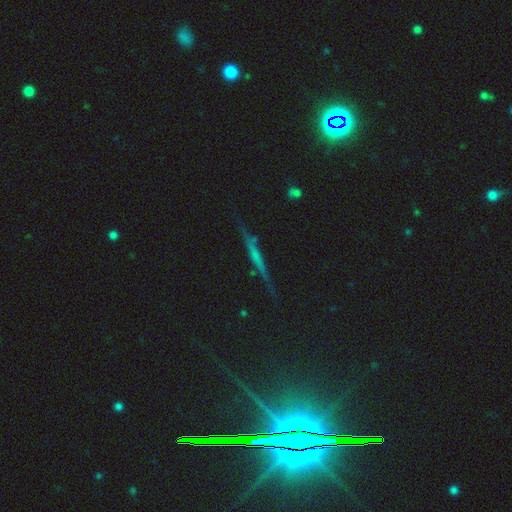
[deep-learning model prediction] smooth_or_featured: featured or disk (p=0.53) [alt: smooth p=0.29]
disk_edge_on: yes (p=0.91) [alt: no p=0.09]
merging: none (p=0.78) [alt: minor disturbance p=0.15]